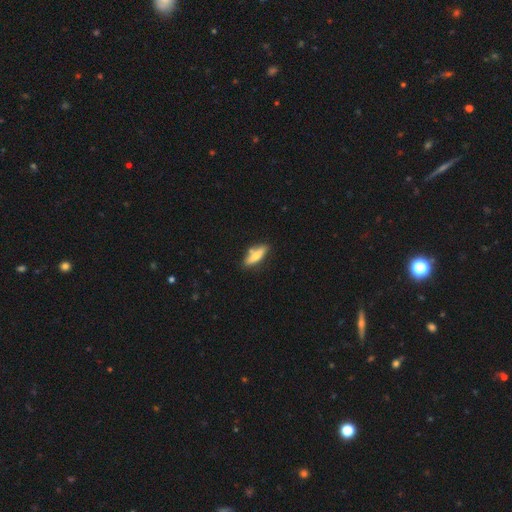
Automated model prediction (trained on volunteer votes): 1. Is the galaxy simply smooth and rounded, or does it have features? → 67% smooth, 27% featured or disk, 6% star or artifact.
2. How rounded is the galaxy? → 54% cigar-shaped, 43% in between, 2% round.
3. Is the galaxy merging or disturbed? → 73% none, 15% minor disturbance, 8% merger, 3% major disturbance.